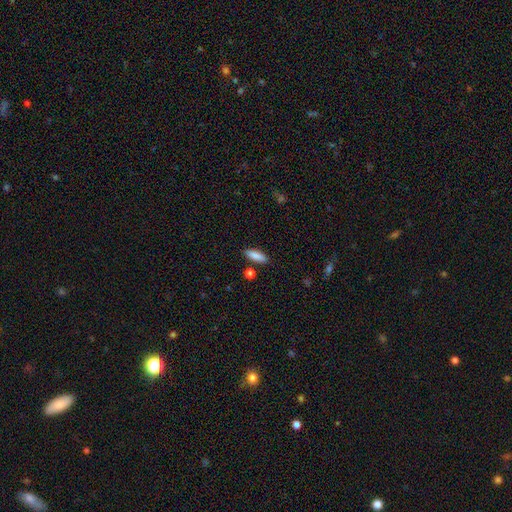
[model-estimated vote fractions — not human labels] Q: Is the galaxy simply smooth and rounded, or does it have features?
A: smooth — 87%.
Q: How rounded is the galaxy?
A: cigar-shaped — 52%.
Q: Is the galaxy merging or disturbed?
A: none — 85%.